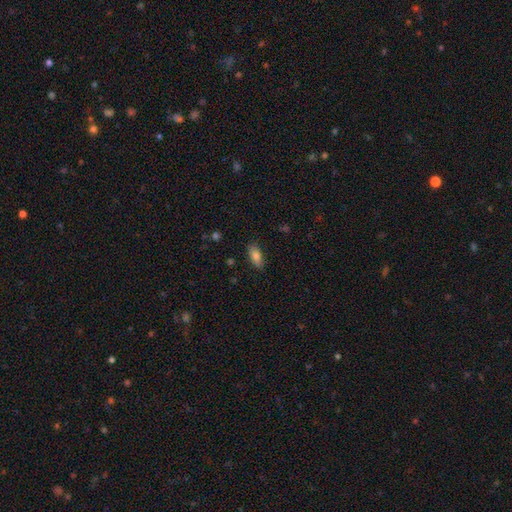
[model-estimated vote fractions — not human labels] Smooth or featured?
  - smooth: 82% *
  - featured or disk: 10%
  - star or artifact: 8%
How rounded?
  - in between: 83% *
  - cigar-shaped: 14%
  - round: 3%
Merging?
  - none: 83% *
  - minor disturbance: 12%
  - major disturbance: 3%
  - merger: 1%